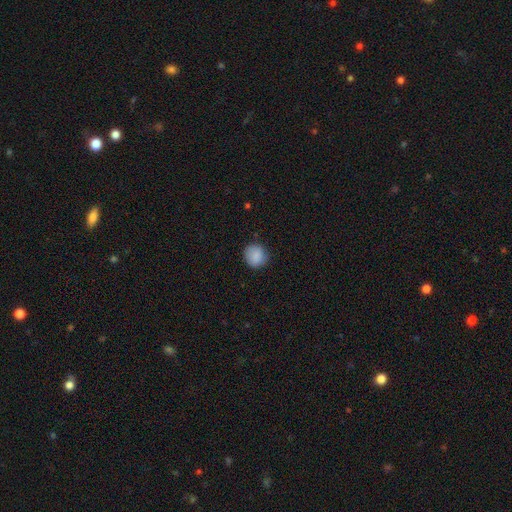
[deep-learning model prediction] Q: Smooth or featured?
A: smooth (88%); runner-up: star or artifact (8%)
Q: How rounded?
A: round (89%); runner-up: in between (10%)
Q: Merging?
A: none (85%); runner-up: minor disturbance (11%)